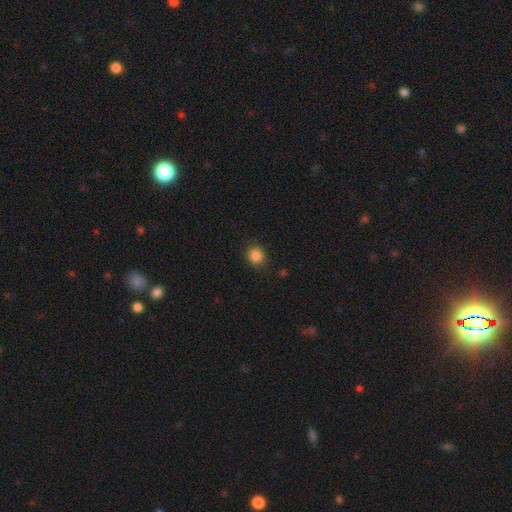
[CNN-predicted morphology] Q: Smooth or featured?
A: smooth (86%); runner-up: star or artifact (10%)
Q: How rounded?
A: round (78%); runner-up: in between (21%)
Q: Merging?
A: none (87%); runner-up: minor disturbance (10%)